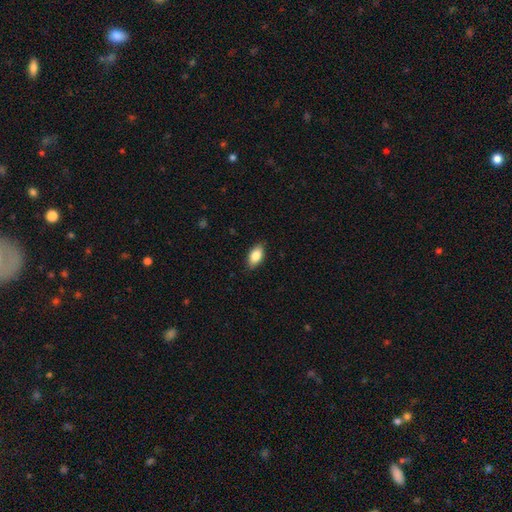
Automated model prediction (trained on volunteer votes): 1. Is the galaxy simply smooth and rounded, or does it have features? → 83% smooth, 10% featured or disk, 7% star or artifact.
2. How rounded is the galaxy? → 91% in between, 5% cigar-shaped, 4% round.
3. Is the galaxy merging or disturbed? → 87% none, 10% minor disturbance, 2% major disturbance, 1% merger.